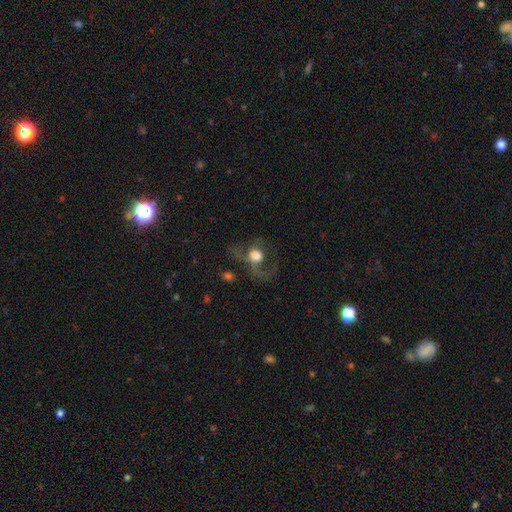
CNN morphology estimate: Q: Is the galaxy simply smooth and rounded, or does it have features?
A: smooth — 48%.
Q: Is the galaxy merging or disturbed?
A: major disturbance — 46%.